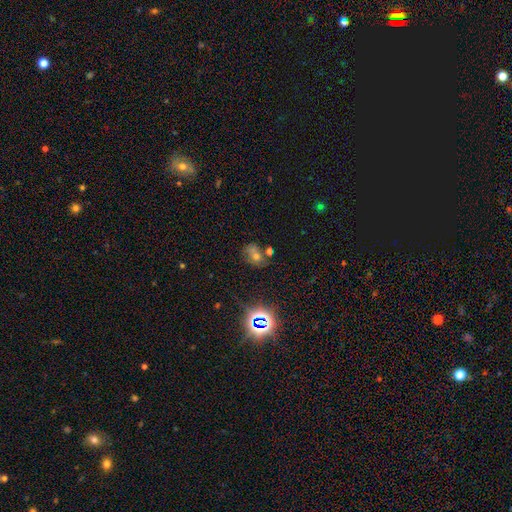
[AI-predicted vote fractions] smooth-or-featured: star or artifact: 40% | smooth: 38% | featured or disk: 22%